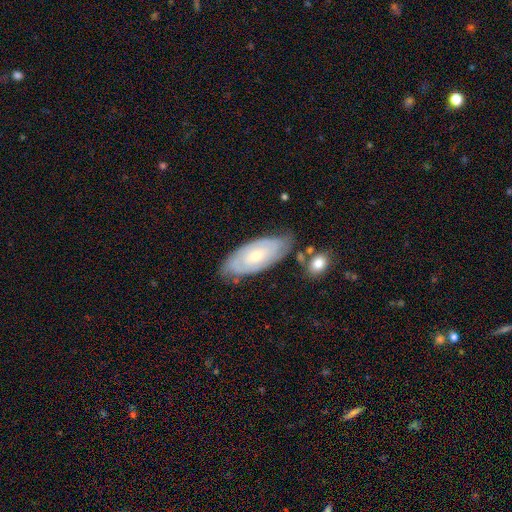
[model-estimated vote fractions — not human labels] Smooth or featured?
  - featured or disk: 63% *
  - smooth: 31%
  - star or artifact: 6%
Edge-on disk?
  - no: 90% *
  - yes: 10%
Bar?
  - no: 72% *
  - weak: 23%
  - strong: 5%
Spiral arms?
  - yes: 79% *
  - no: 21%
Bulge size?
  - small: 52% *
  - moderate: 44%
  - large: 2%
  - none: 1%
  - dominant: 1%
Merging?
  - none: 70% *
  - minor disturbance: 21%
  - major disturbance: 4%
  - merger: 4%